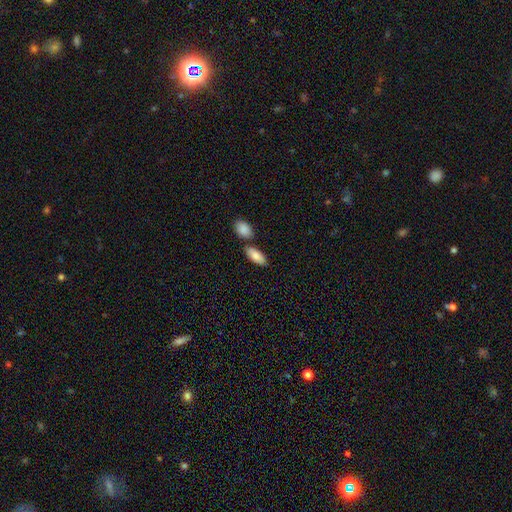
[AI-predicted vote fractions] Smooth or featured? smooth (85%)
How rounded? in between (84%)
Merging? none (68%)